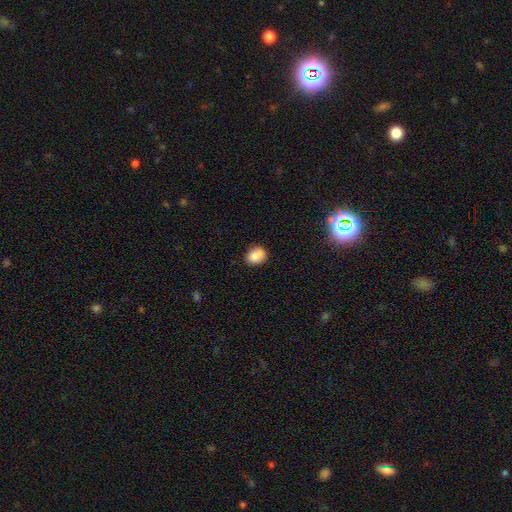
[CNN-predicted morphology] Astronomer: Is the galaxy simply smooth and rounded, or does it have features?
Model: smooth — 83%.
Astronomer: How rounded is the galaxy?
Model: in between — 50% (runner-up: round, 49%).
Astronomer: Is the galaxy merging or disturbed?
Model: none — 74%.